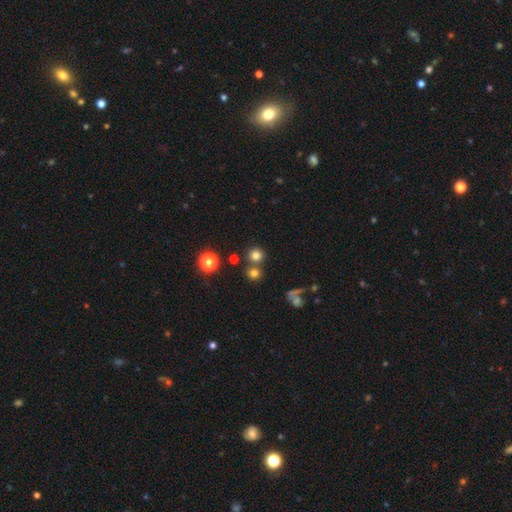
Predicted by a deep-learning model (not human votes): A smooth galaxy with no disk features (76%) that is round (92%).

Vote fractions:
- Smooth or featured? smooth: 76% / star or artifact: 17% / featured or disk: 8%
- How rounded? round: 92% / in between: 7% / cigar-shaped: 1%
- Merging? none: 72% / merger: 18% / minor disturbance: 7% / major disturbance: 3%